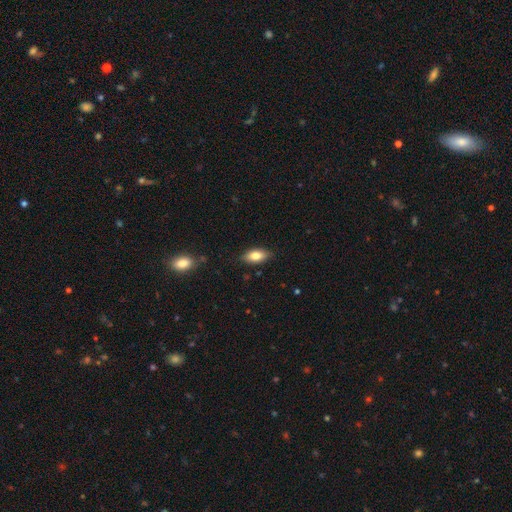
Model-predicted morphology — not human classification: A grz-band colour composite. It shows a smooth galaxy with no disk features (78%) that is in between round and cigar-shaped (87%). Merging: none (84%).